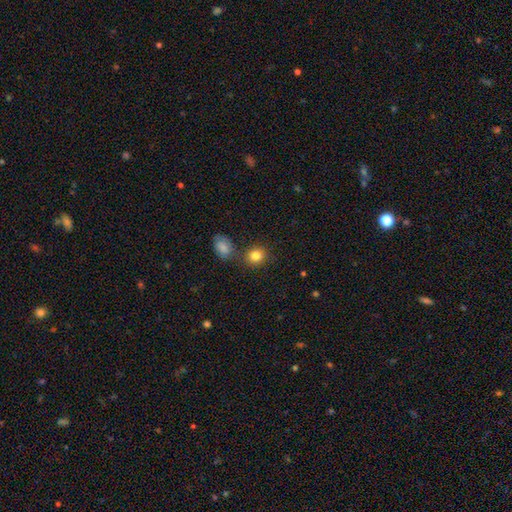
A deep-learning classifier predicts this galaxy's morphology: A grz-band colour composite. It shows a smooth galaxy with no disk features (83%) that is round (79%). Merging: none (76%).